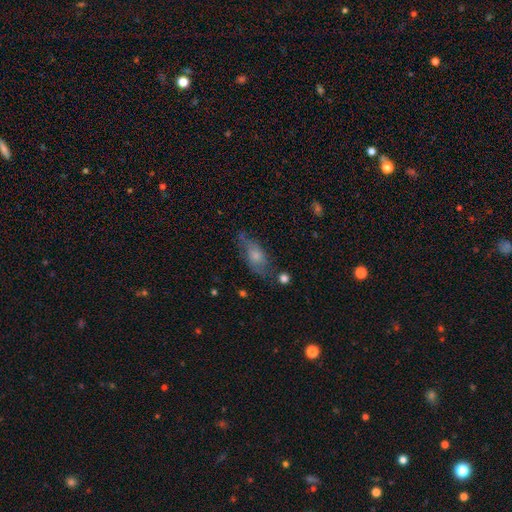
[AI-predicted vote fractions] Smooth or featured? smooth (56%)
How rounded? in between (78%)
Merging? none (53%)